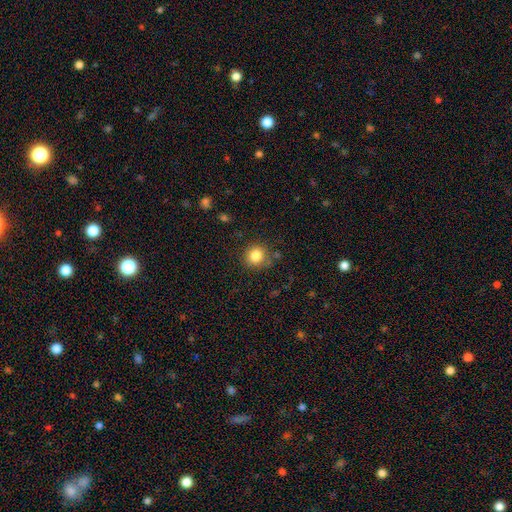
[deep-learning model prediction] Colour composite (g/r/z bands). It shows a smooth galaxy with no disk features (83%) that is round (89%). Merging: none (82%).